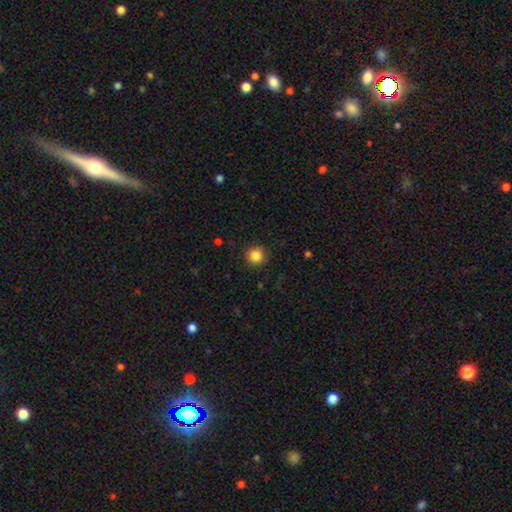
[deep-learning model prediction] smooth-or-featured: smooth: 85% | star or artifact: 11% | featured or disk: 4%
  how-rounded: round: 94% | in between: 5% | cigar-shaped: 1%
  merging: none: 90% | minor disturbance: 7% | major disturbance: 2% | merger: 1%